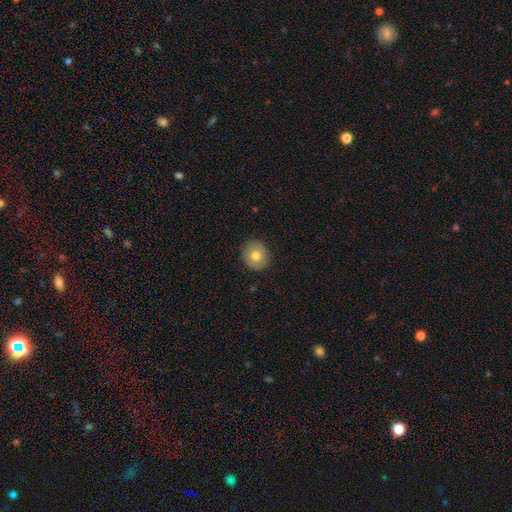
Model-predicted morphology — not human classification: Smooth or featured: smooth — 75% (featured or disk — 16%)
How rounded: round — 86% (in between — 13%)
Merging: none — 89% (minor disturbance — 8%)